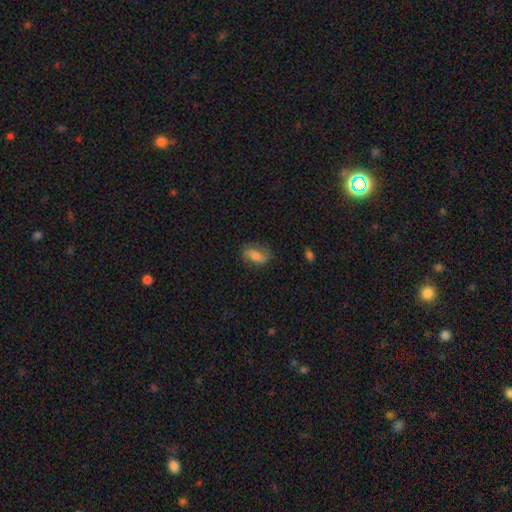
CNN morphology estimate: A smooth galaxy with no disk features (54%) that is in between round and cigar-shaped (83%). Merging: none (70%).